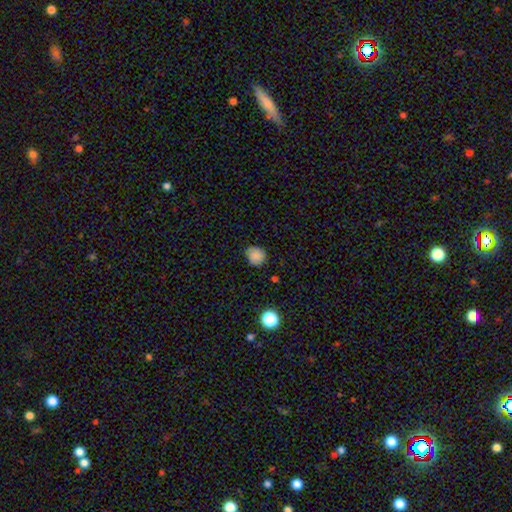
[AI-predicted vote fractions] Smooth or featured?
  - smooth: 85% *
  - star or artifact: 11%
  - featured or disk: 4%
How rounded?
  - round: 80% *
  - in between: 19%
  - cigar-shaped: 1%
Merging?
  - none: 80% *
  - minor disturbance: 15%
  - major disturbance: 3%
  - merger: 1%